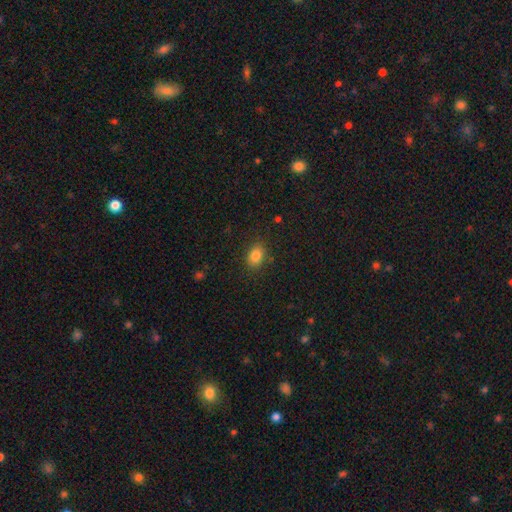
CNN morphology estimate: The model was most divided on "how rounded": in between: 75%, round: 24%, cigar-shaped: 1%. More confident: merging — none (85%); smooth or featured — smooth (84%).